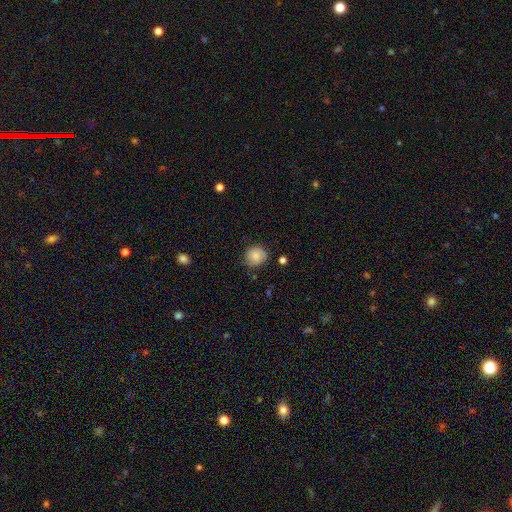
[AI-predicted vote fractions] Smooth or featured: smooth — 82% (featured or disk — 10%)
How rounded: round — 85% (in between — 14%)
Merging: none — 75% (minor disturbance — 19%)